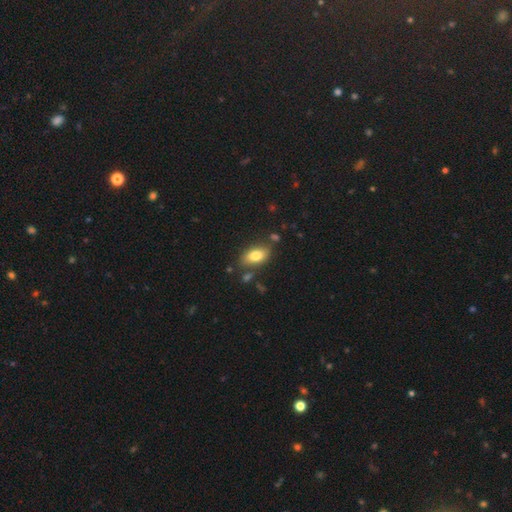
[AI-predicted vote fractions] Q: Smooth or featured?
A: smooth (79%); runner-up: featured or disk (14%)
Q: How rounded?
A: in between (90%); runner-up: round (5%)
Q: Merging?
A: none (75%); runner-up: minor disturbance (14%)